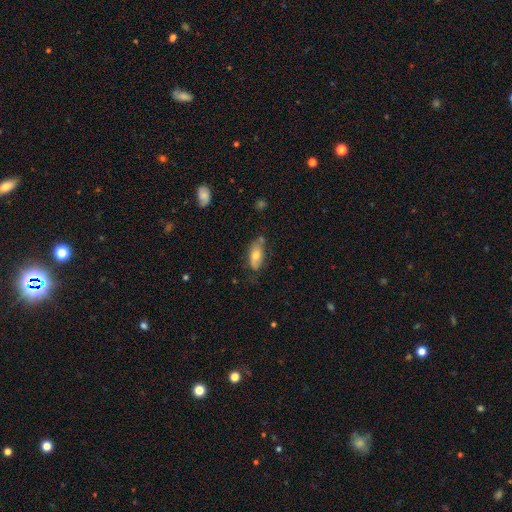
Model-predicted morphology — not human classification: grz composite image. It shows a smooth galaxy with no disk features (68%) that is in between round and cigar-shaped (85%). Merging: none (57%).